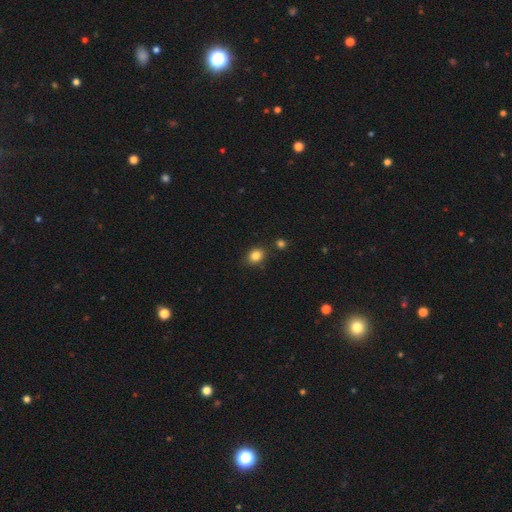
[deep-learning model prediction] Q: Smooth or featured?
A: smooth (84%); runner-up: star or artifact (11%)
Q: How rounded?
A: round (52%); runner-up: in between (47%)
Q: Merging?
A: none (81%); runner-up: minor disturbance (11%)